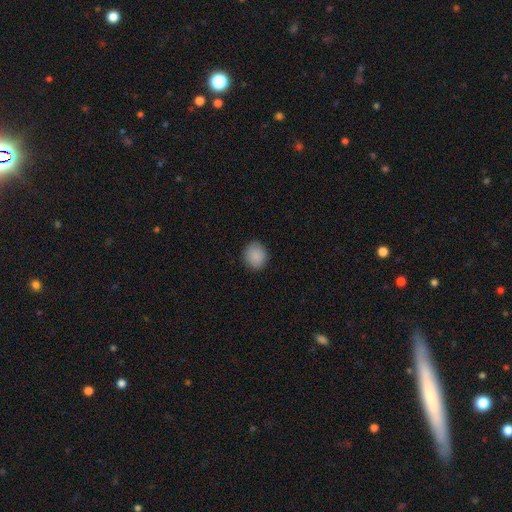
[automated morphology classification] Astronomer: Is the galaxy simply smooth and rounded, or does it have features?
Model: smooth — 89%.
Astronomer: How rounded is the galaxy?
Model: round — 83%.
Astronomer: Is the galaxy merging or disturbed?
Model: none — 89%.